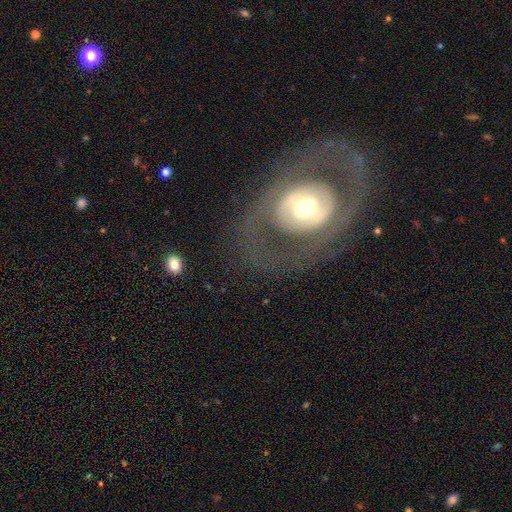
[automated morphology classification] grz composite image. It shows a featured or disk galaxy (76%) with no bar (62%), spiral arms (53%) and a moderate central bulge (58%). Merging: none (78%).